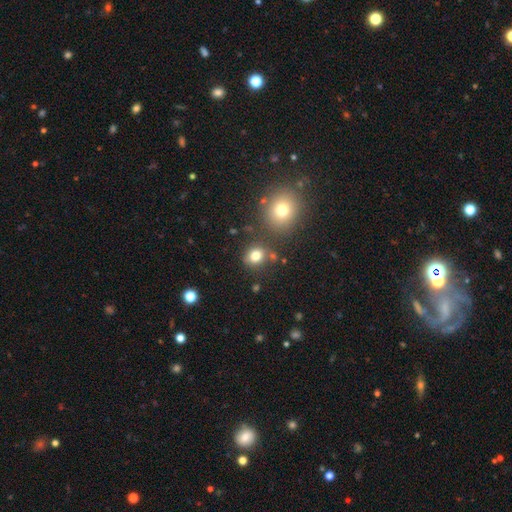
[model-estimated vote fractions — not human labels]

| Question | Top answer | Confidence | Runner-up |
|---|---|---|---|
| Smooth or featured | smooth | 78% | star or artifact (15%) |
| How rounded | round | 71% | in between (28%) |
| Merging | none | 77% | minor disturbance (11%) |